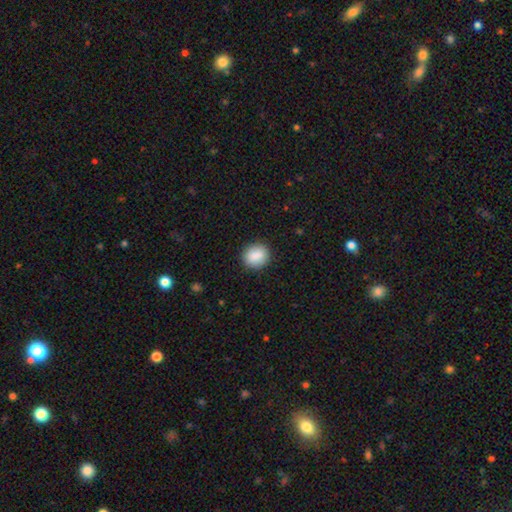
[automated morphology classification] Q: Smooth or featured?
A: smooth (88%); runner-up: star or artifact (7%)
Q: How rounded?
A: round (75%); runner-up: in between (24%)
Q: Merging?
A: none (90%); runner-up: minor disturbance (7%)